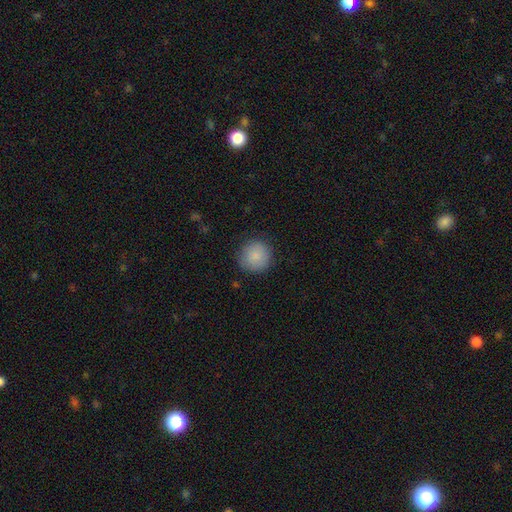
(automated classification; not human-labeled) smooth-or-featured: smooth: 87% | star or artifact: 7% | featured or disk: 6%
  how-rounded: round: 94% | in between: 5% | cigar-shaped: 1%
  merging: none: 86% | minor disturbance: 10% | major disturbance: 3% | merger: 1%